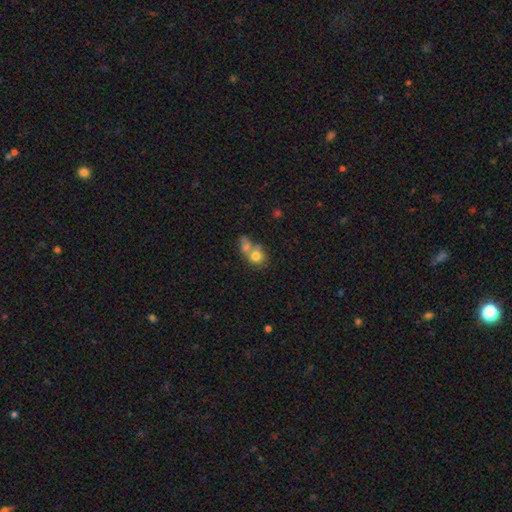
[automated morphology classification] This is likely a smooth galaxy (74%). How rounded: likely round (72%). Merging: possibly merger (56%).